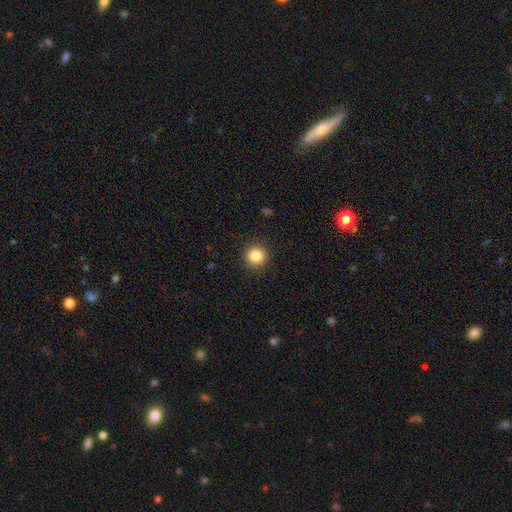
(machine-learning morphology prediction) This appears to be a smooth galaxy with no disk features (86%) that is round (94%). Merging: none (91%).